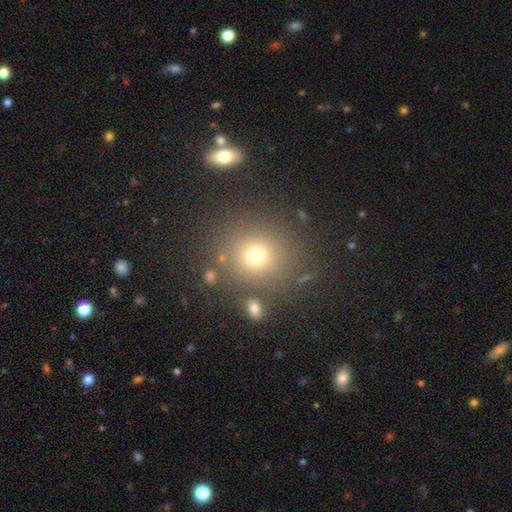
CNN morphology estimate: smooth 71%, star or artifact 19%, featured or disk 10%. Down the decision tree: how rounded — round (86%); merging — none (81%).